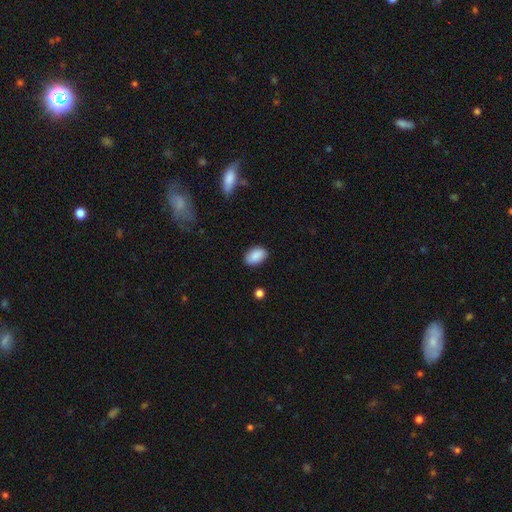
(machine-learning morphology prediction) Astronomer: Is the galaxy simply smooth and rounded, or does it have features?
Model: smooth — 87%.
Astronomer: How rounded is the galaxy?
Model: in between — 90%.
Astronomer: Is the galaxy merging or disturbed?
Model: none — 85%.